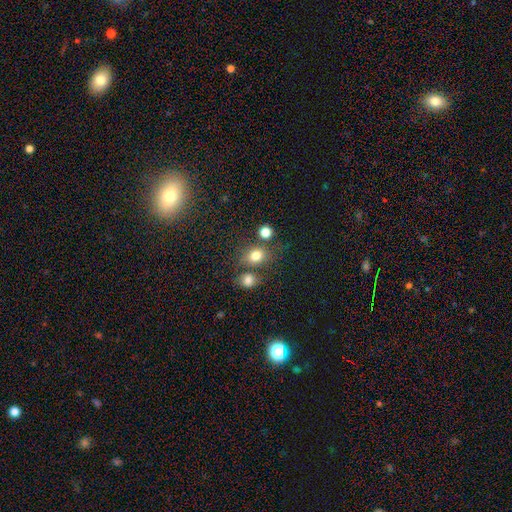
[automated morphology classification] Smooth or featured? Predicted: smooth (p=0.77). How rounded? Predicted: round (p=0.60). Merging? Predicted: none (p=0.59).